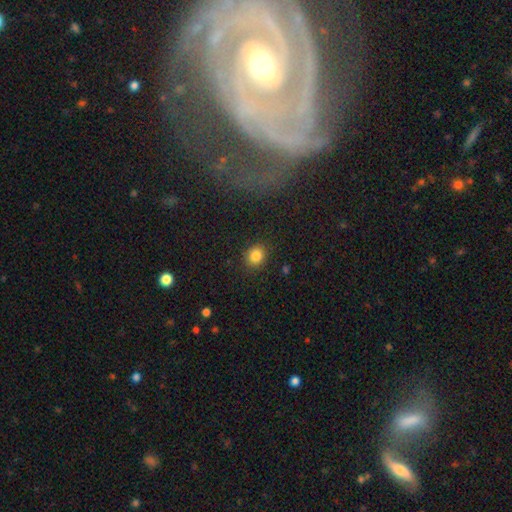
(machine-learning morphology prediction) Smooth or featured: smooth — 84% (star or artifact — 11%)
How rounded: round — 74% (in between — 25%)
Merging: none — 88% (minor disturbance — 8%)